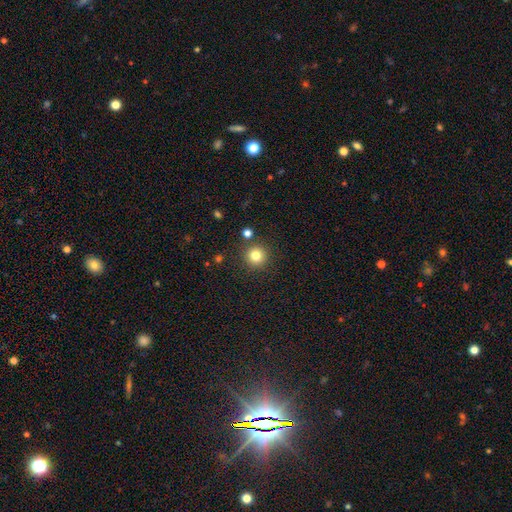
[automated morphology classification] The model was most divided on "smooth or featured": smooth: 81%, star or artifact: 13%, featured or disk: 6%. More confident: how rounded — round (95%); merging — none (88%).